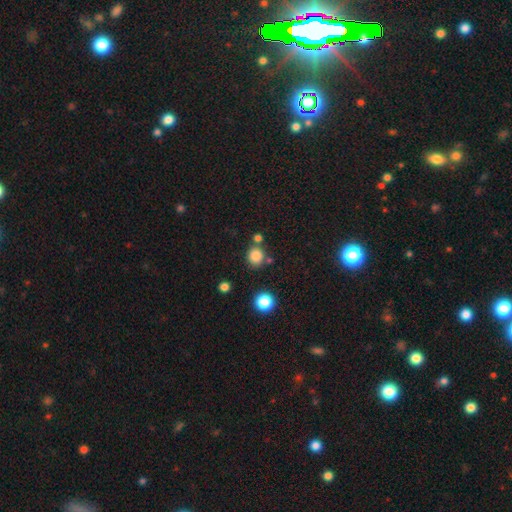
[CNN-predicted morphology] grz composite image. It shows a smooth galaxy with no disk features (83%) that is round (84%). Merging: none (73%).